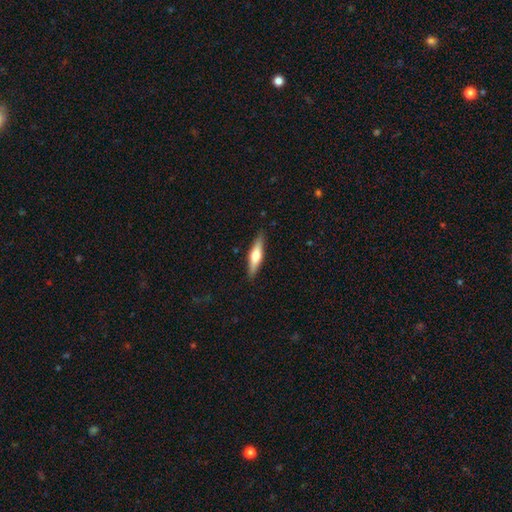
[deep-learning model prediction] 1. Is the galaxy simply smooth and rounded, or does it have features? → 51% smooth, 44% featured or disk, 6% star or artifact.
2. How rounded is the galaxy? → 69% cigar-shaped, 29% in between, 2% round.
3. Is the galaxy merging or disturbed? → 87% none, 10% minor disturbance, 2% major disturbance, 1% merger.